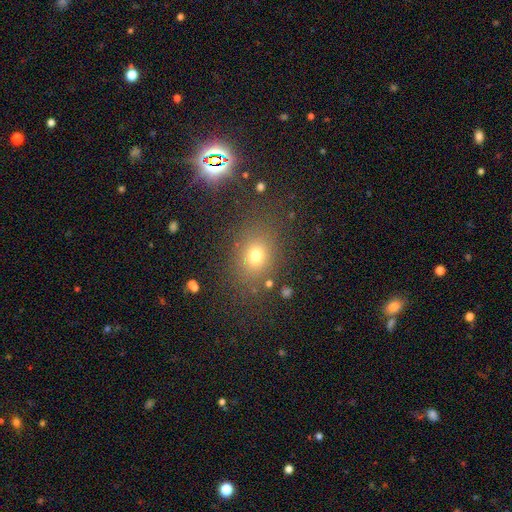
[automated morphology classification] Smooth or featured? Predicted: smooth (p=0.71). How rounded? Predicted: in between (p=0.49, tied with round). Merging? Predicted: none (p=0.79).